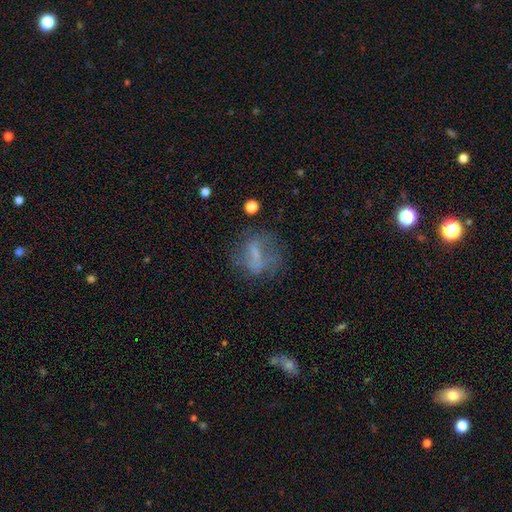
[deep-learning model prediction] smooth-or-featured: featured or disk: 45% | smooth: 40% | star or artifact: 15%
  merging: none: 48% | major disturbance: 26% | minor disturbance: 21% | merger: 5%